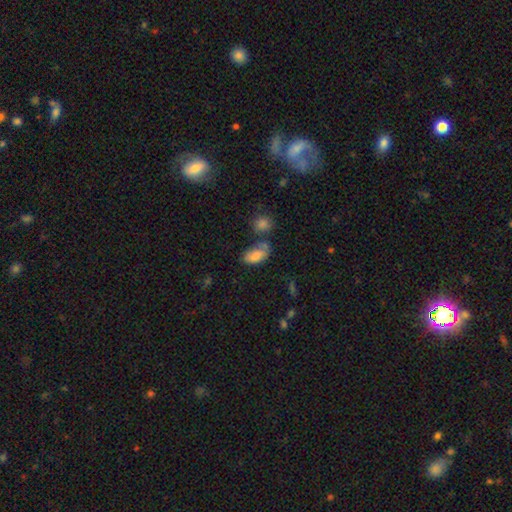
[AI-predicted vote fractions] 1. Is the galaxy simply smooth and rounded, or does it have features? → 80% smooth, 11% featured or disk, 9% star or artifact.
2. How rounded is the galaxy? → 93% in between, 5% round, 3% cigar-shaped.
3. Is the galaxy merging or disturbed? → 42% none, 25% minor disturbance, 21% merger, 12% major disturbance.